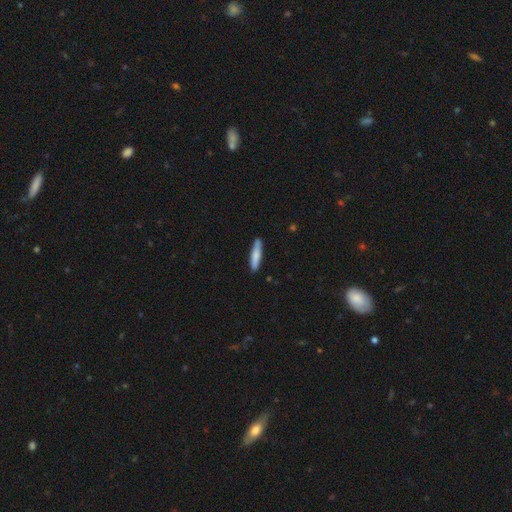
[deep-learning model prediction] Morphology: type=smooth (76%); roundness=cigar-shaped (86%); merging=none (88%).